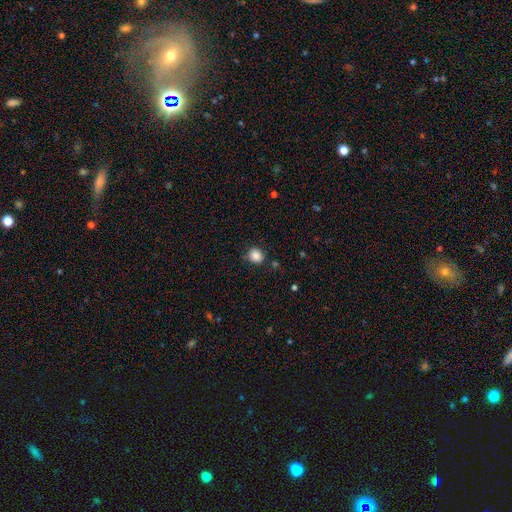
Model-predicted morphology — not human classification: A smooth galaxy with no disk features (86%) that is round (75%).

Vote fractions:
- Smooth or featured? smooth: 86% / star or artifact: 10% / featured or disk: 4%
- How rounded? round: 75% / in between: 24% / cigar-shaped: 1%
- Merging? none: 82% / minor disturbance: 12% / major disturbance: 3% / merger: 3%